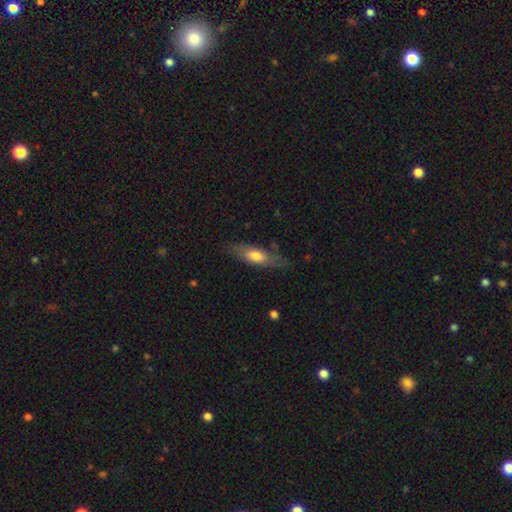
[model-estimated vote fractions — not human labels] smooth_or_featured: smooth (p=0.59) [alt: featured or disk p=0.35]
how_rounded: cigar-shaped (p=0.50) [alt: in between p=0.48]
merging: none (p=0.74) [alt: minor disturbance p=0.19]